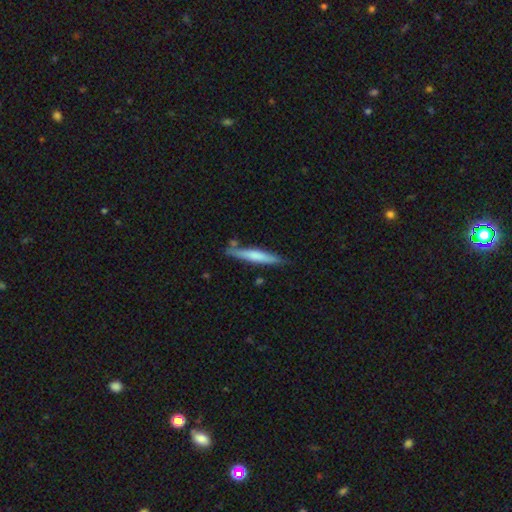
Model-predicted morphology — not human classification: smooth_or_featured: smooth (p=0.60) [alt: featured or disk p=0.35]
how_rounded: cigar-shaped (p=0.93) [alt: in between p=0.06]
merging: none (p=0.78) [alt: minor disturbance p=0.14]